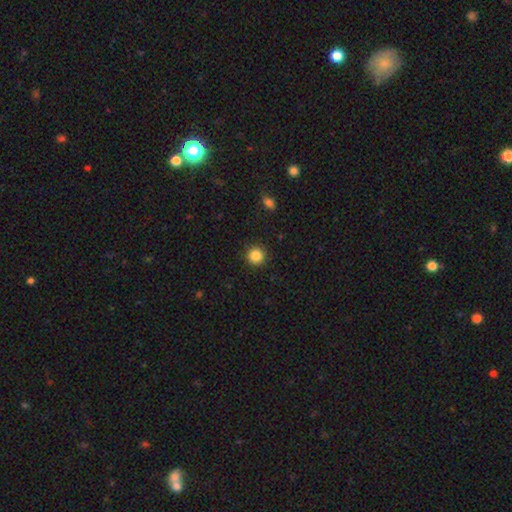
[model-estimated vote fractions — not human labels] Smooth or featured: smooth — 86% (star or artifact — 10%)
How rounded: round — 95% (in between — 4%)
Merging: none — 92% (minor disturbance — 5%)